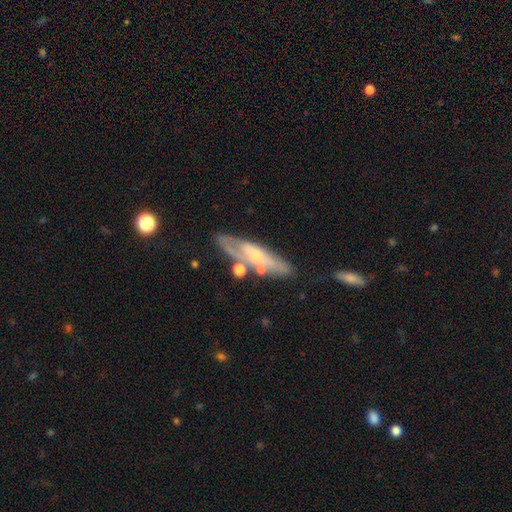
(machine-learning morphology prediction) Smooth or featured: featured or disk — 58% (smooth — 35%)
Edge-on disk: no — 58% (yes — 42%)
Merging: none — 60% (minor disturbance — 22%)